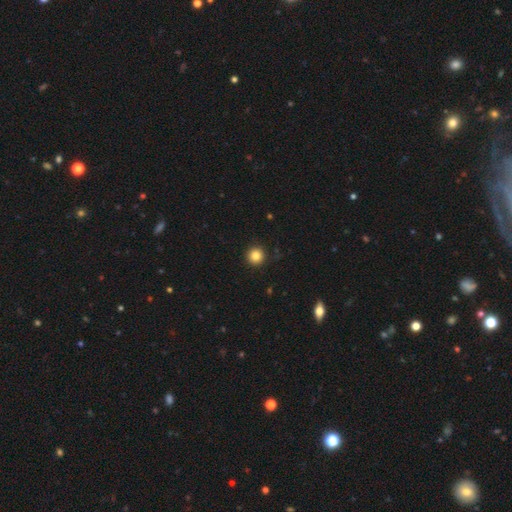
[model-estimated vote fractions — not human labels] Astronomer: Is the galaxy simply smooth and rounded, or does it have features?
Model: smooth — 84%.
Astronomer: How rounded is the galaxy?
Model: round — 96%.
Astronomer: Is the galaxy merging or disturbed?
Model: none — 91%.